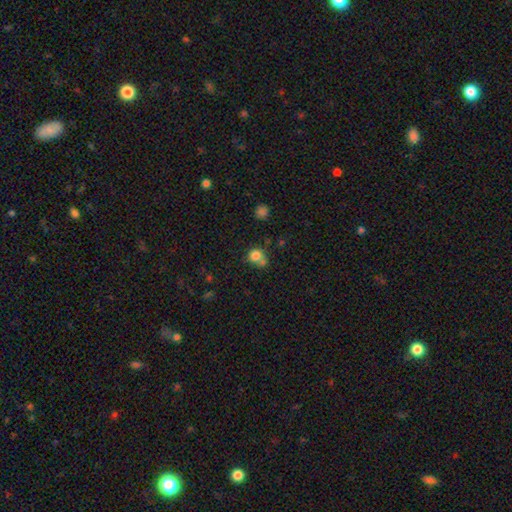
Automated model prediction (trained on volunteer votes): Smooth or featured?
  - smooth: 79% *
  - star or artifact: 12%
  - featured or disk: 9%
How rounded?
  - round: 82% *
  - in between: 17%
  - cigar-shaped: 1%
Merging?
  - none: 46% *
  - merger: 37%
  - minor disturbance: 12%
  - major disturbance: 5%